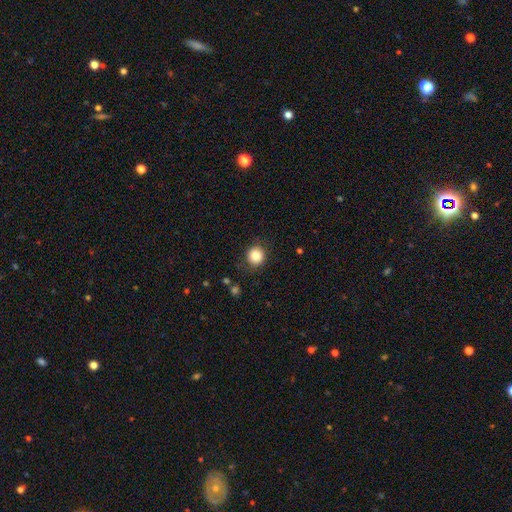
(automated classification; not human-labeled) Smooth or featured? Predicted: smooth (p=0.84). How rounded? Predicted: round (p=0.90). Merging? Predicted: none (p=0.86).